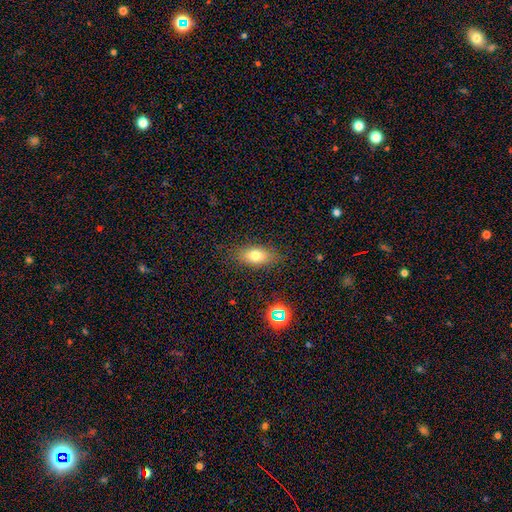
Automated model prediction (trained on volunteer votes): Smooth or featured? smooth (73%)
How rounded? in between (81%)
Merging? none (83%)